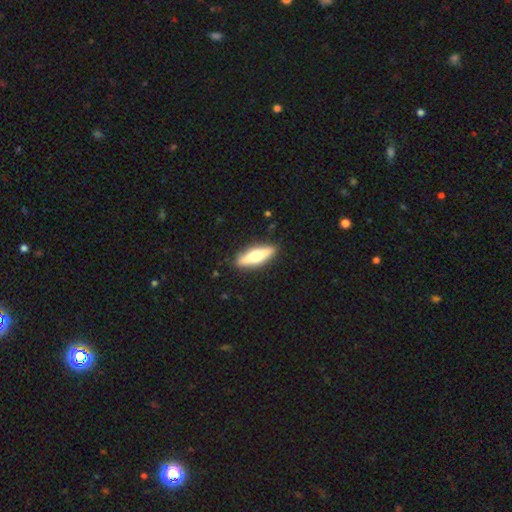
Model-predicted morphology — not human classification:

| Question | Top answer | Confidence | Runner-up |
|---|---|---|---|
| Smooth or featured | featured or disk | 53% | smooth (42%) |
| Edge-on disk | yes | 93% | no (7%) |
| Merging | none | 90% | minor disturbance (7%) |